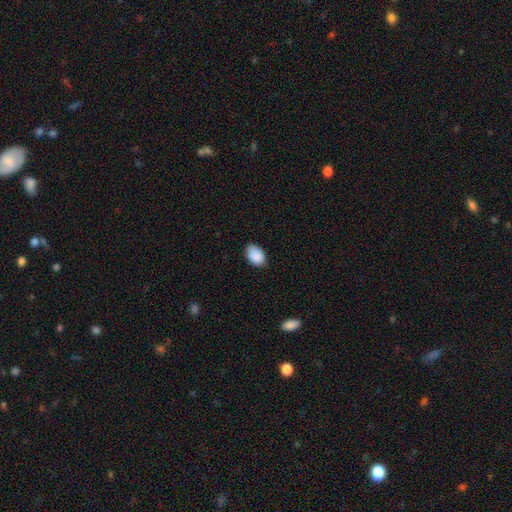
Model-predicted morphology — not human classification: Smooth or featured? smooth (89%)
How rounded? in between (88%)
Merging? none (79%)